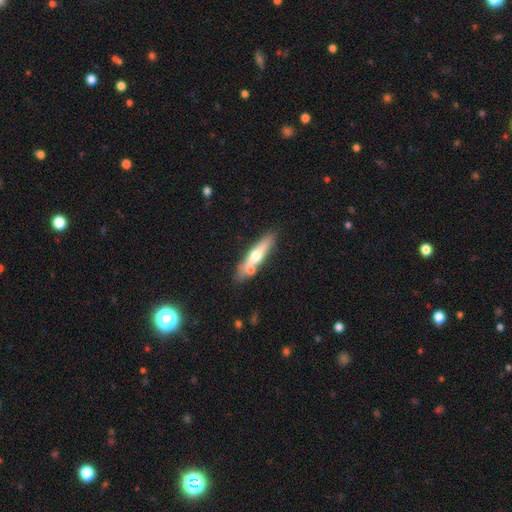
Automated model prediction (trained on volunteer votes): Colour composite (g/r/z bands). It shows a smooth galaxy with no disk features (48%). Merging: none (67%).